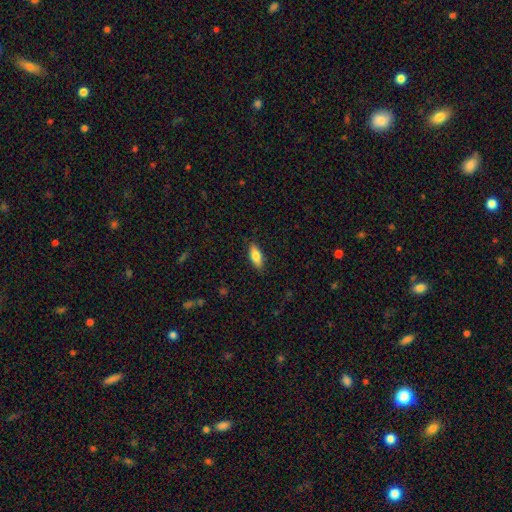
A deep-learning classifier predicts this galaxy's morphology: Smooth or featured? Predicted: smooth (p=0.75). How rounded? Predicted: in between (p=0.68). Merging? Predicted: none (p=0.87).